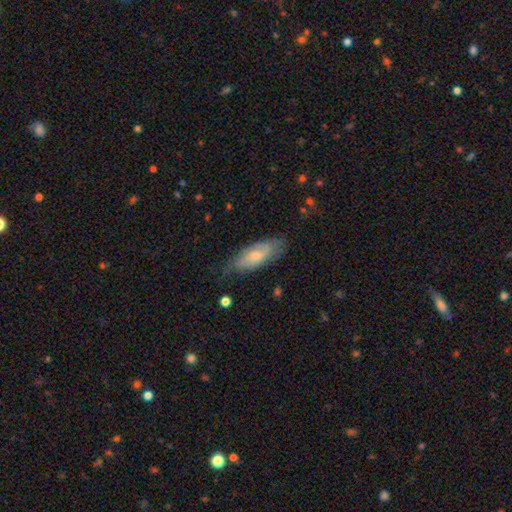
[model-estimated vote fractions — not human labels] A smooth galaxy with no disk features (52%) that is in between round and cigar-shaped (74%).

Vote fractions:
- Smooth or featured? smooth: 52% / featured or disk: 42% / star or artifact: 6%
- How rounded? in between: 74% / cigar-shaped: 24% / round: 2%
- Merging? none: 64% / minor disturbance: 28% / major disturbance: 7% / merger: 2%